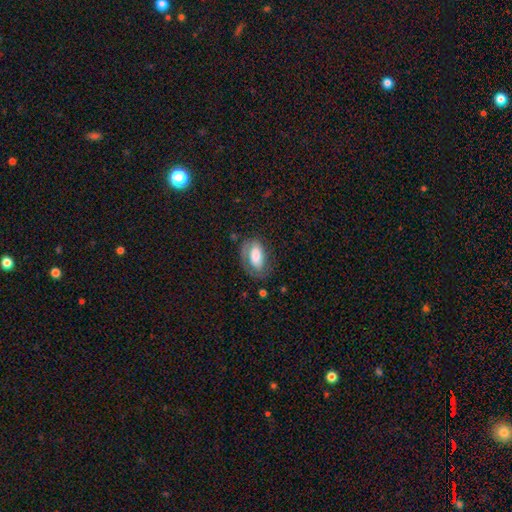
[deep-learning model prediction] Morphology: type=smooth (58%); roundness=in between (91%); merging=none (58%).